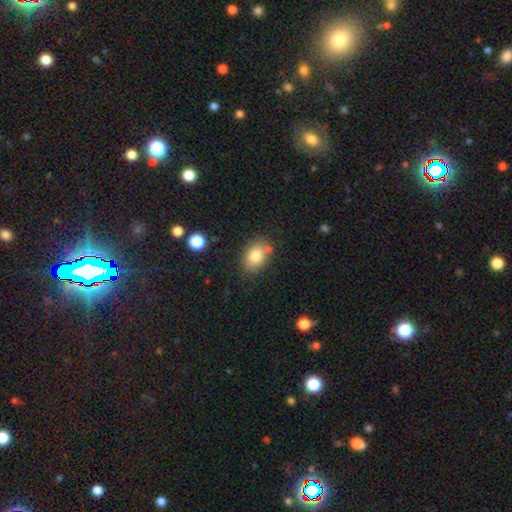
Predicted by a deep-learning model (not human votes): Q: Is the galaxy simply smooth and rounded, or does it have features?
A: smooth — 80%.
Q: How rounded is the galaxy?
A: in between — 76%.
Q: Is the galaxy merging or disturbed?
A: none — 73%.